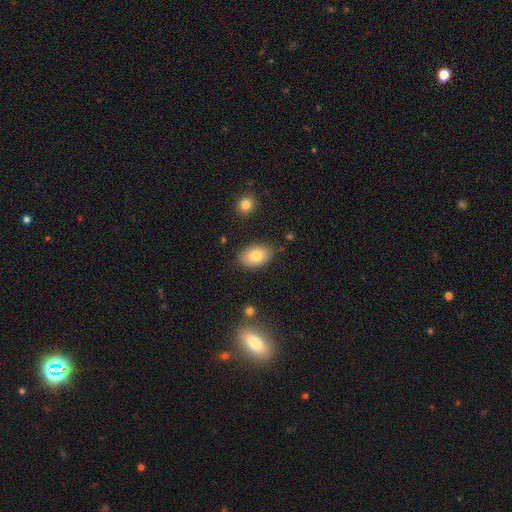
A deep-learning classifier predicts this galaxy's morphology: This appears to be a smooth galaxy with no disk features (78%) that is in between round and cigar-shaped (90%). Merging: none (83%).